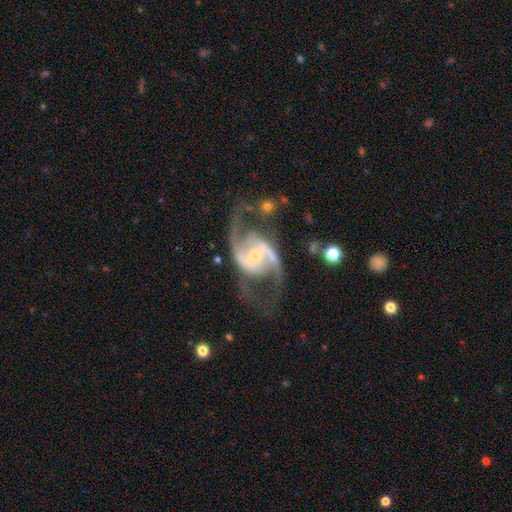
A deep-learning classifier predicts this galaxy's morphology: Smooth or featured? featured or disk (92%)
Edge-on disk? no (98%)
Bar? weak (39%, tied with strong)
Spiral arms? yes (97%)
Spiral winding? medium (51%)
Spiral arm count? 2 (94%)
Bulge size? small (67%)
Merging? none (68%)